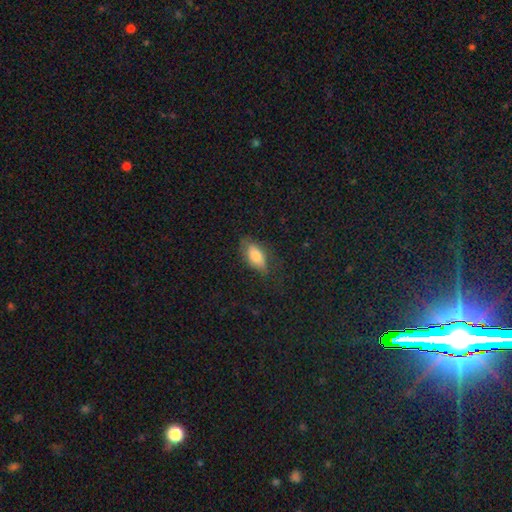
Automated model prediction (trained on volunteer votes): This appears to be a smooth galaxy with no disk features (74%) that is in between round and cigar-shaped (86%). Merging: none (68%).